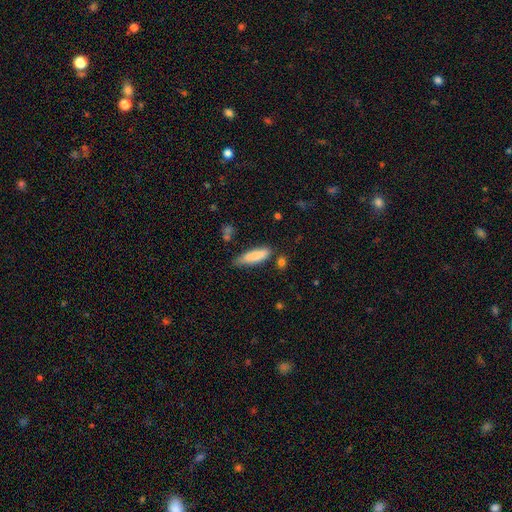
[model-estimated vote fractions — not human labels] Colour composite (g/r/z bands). It shows a smooth galaxy with no disk features (83%) that is cigar-shaped (58%). Merging: none (62%).